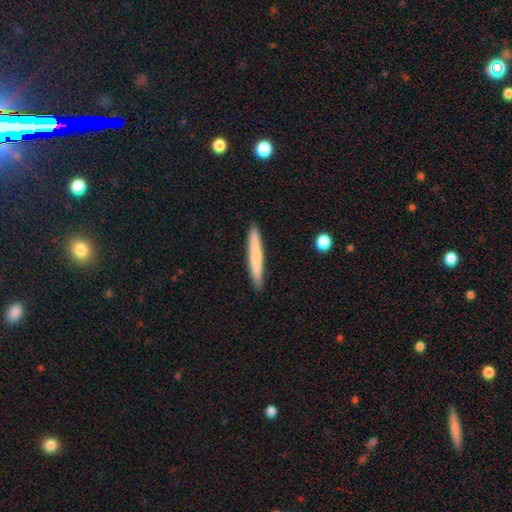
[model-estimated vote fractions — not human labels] smooth-or-featured: smooth: 71% | featured or disk: 24% | star or artifact: 6%
  how-rounded: cigar-shaped: 96% | in between: 3% | round: 1%
  merging: none: 91% | minor disturbance: 6% | major disturbance: 1% | merger: 1%